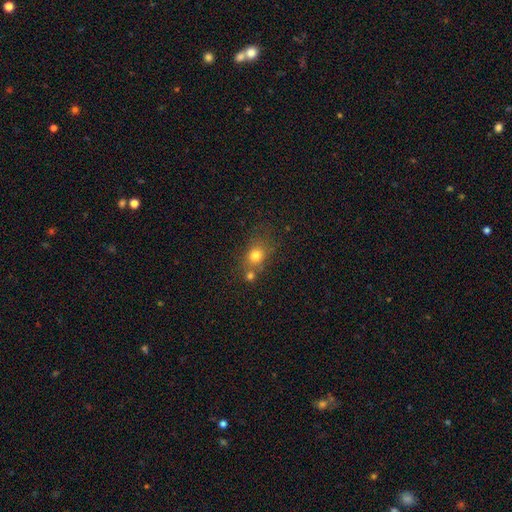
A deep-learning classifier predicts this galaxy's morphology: smooth_or_featured: smooth (p=0.76) [alt: star or artifact p=0.14]
how_rounded: round (p=0.66) [alt: in between p=0.33]
merging: none (p=0.56) [alt: merger p=0.25]